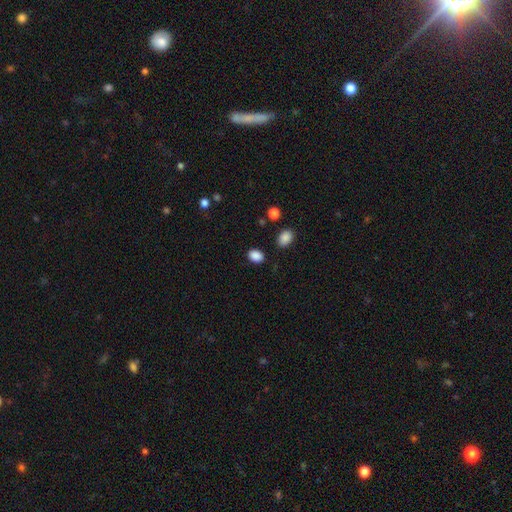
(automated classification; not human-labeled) The model was most divided on "how rounded": in between: 75%, round: 23%, cigar-shaped: 1%. More confident: smooth or featured — smooth (88%); merging — none (84%).